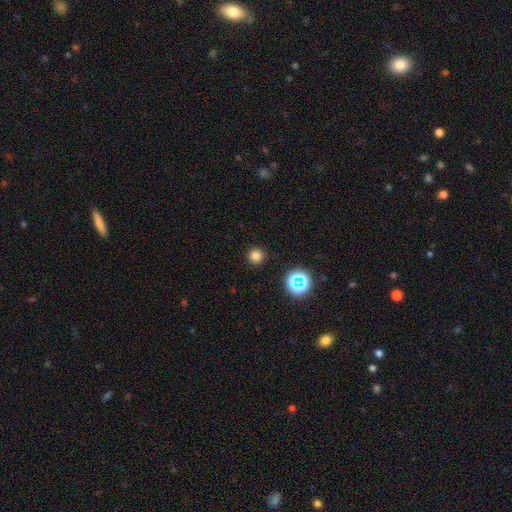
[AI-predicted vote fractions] Smooth or featured? smooth (78%)
How rounded? round (95%)
Merging? none (91%)